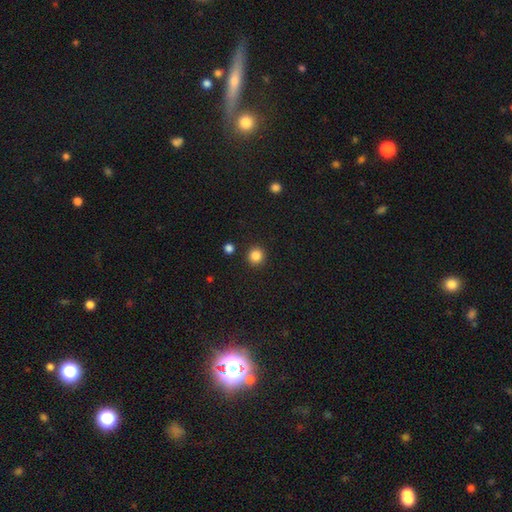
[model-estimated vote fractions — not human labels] Smooth or featured?
  - smooth: 85% *
  - star or artifact: 12%
  - featured or disk: 4%
How rounded?
  - round: 95% *
  - in between: 4%
  - cigar-shaped: 1%
Merging?
  - none: 91% *
  - minor disturbance: 5%
  - merger: 2%
  - major disturbance: 2%